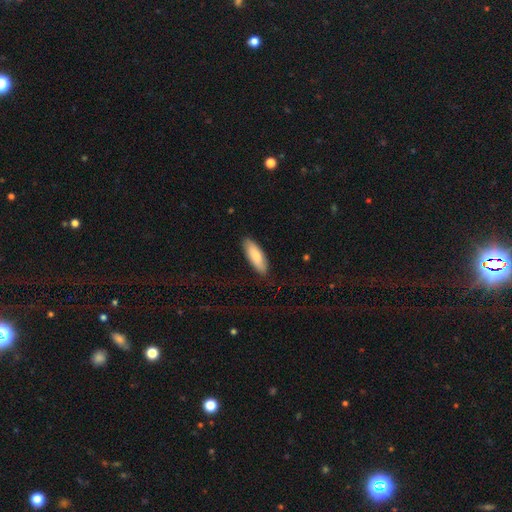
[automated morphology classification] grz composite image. It shows a smooth galaxy with no disk features (79%) that is in between round and cigar-shaped (63%). Merging: none (87%).